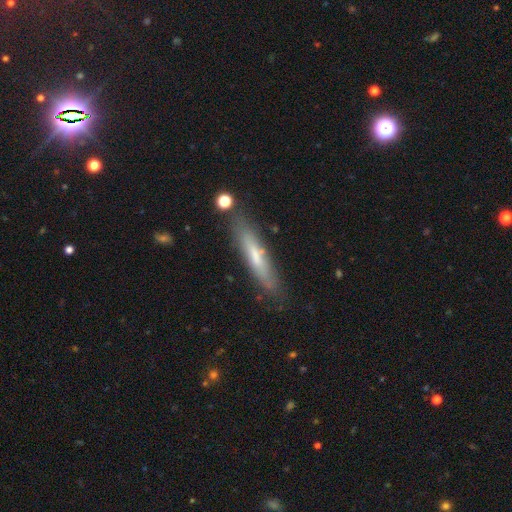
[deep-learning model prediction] smooth-or-featured: smooth: 55% | featured or disk: 38% | star or artifact: 7%
  how-rounded: cigar-shaped: 87% | in between: 12% | round: 1%
  merging: none: 79% | minor disturbance: 14% | merger: 4% | major disturbance: 4%